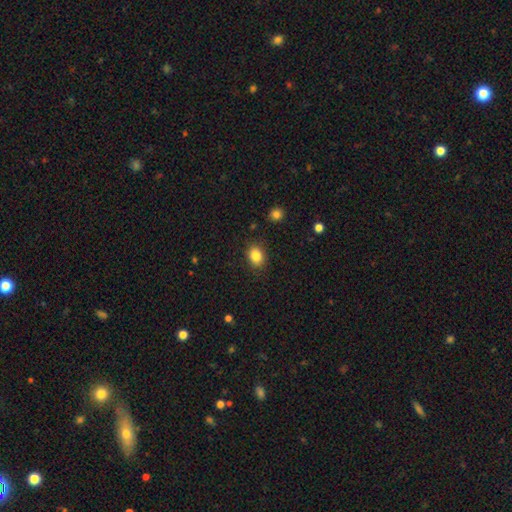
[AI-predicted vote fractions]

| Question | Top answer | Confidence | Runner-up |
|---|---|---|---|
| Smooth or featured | smooth | 85% | star or artifact (10%) |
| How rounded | in between | 54% | round (45%) |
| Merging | none | 86% | minor disturbance (10%) |